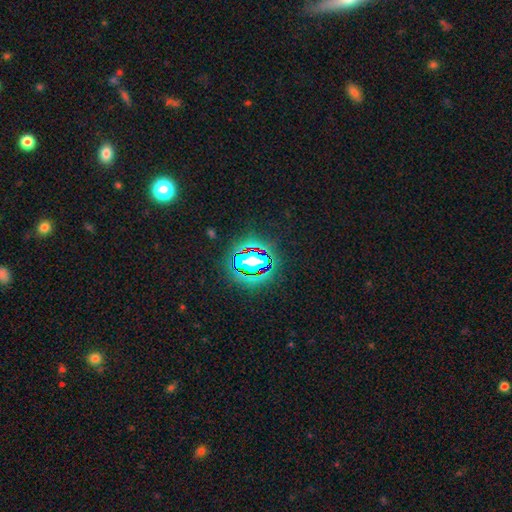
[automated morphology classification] smooth-or-featured: star or artifact: 78% | smooth: 14% | featured or disk: 9%